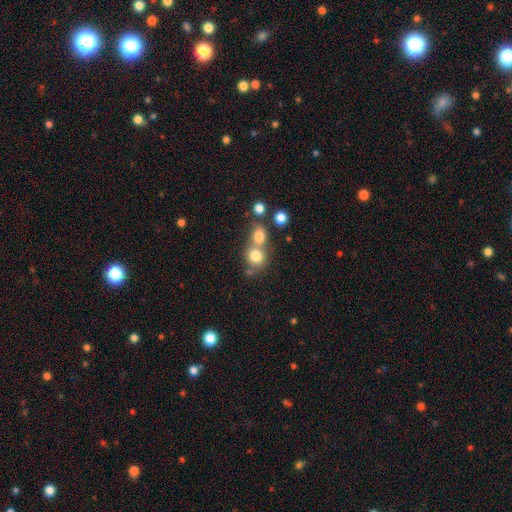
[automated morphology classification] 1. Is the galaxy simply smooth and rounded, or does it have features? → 78% smooth, 12% star or artifact, 11% featured or disk.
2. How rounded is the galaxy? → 78% round, 21% in between, 1% cigar-shaped.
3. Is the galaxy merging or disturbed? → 48% merger, 41% none, 8% minor disturbance, 4% major disturbance.